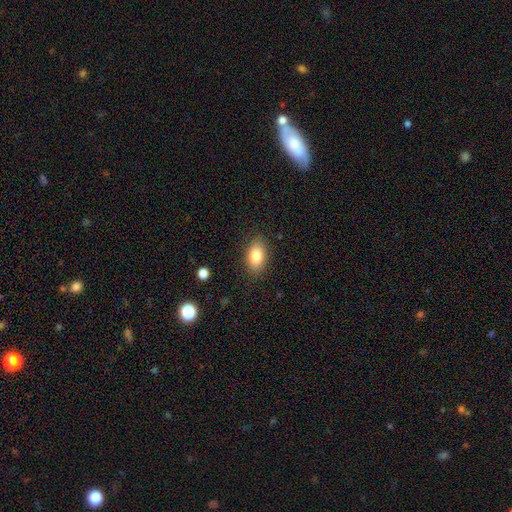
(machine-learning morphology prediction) This appears to be a smooth galaxy with no disk features (82%) that is in between round and cigar-shaped (89%). Merging: none (86%).